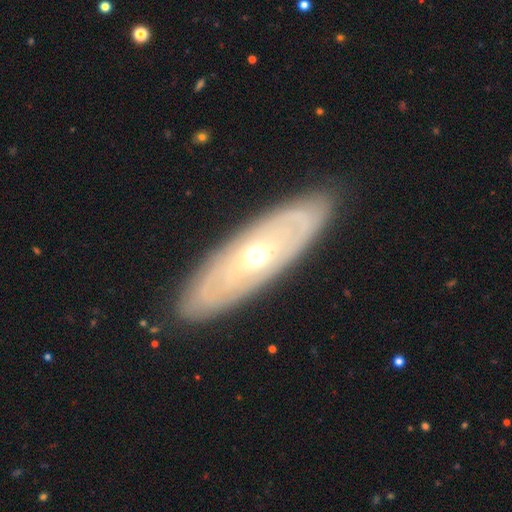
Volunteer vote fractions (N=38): Smooth or featured? featured or disk (87%)
Edge-on disk? no (58%)
Bar? no (84%)
Spiral arms? no (63%)
Bulge size? moderate (79%)
Merging? none (87%)